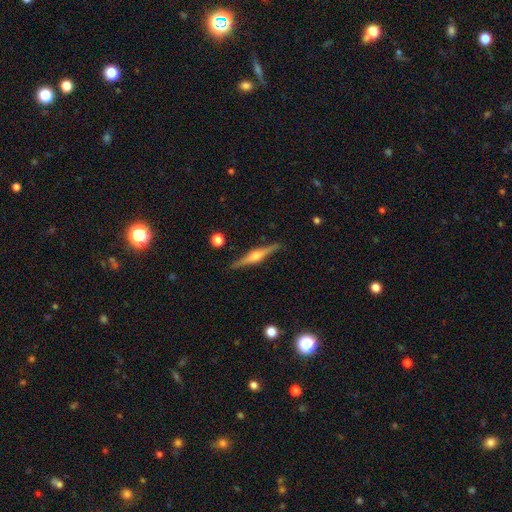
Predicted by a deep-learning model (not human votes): The model was most divided on "smooth or featured": featured or disk: 79%, smooth: 15%, star or artifact: 6%. More confident: edge-on disk — yes (98%); edge-on bulge — rounded (90%); merging — none (89%).